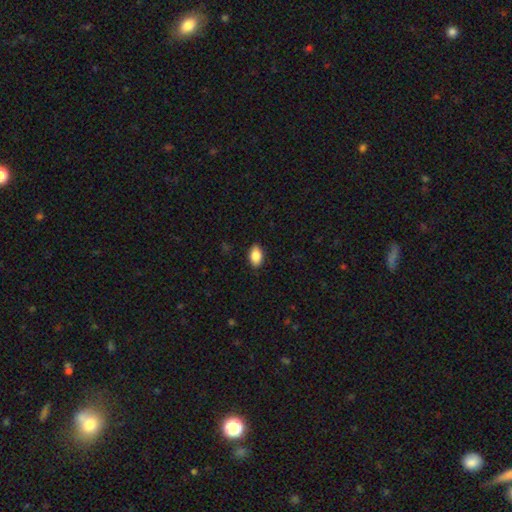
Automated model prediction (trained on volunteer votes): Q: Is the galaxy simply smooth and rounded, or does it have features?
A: smooth — 86%.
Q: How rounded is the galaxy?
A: in between — 91%.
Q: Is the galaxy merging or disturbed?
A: none — 88%.